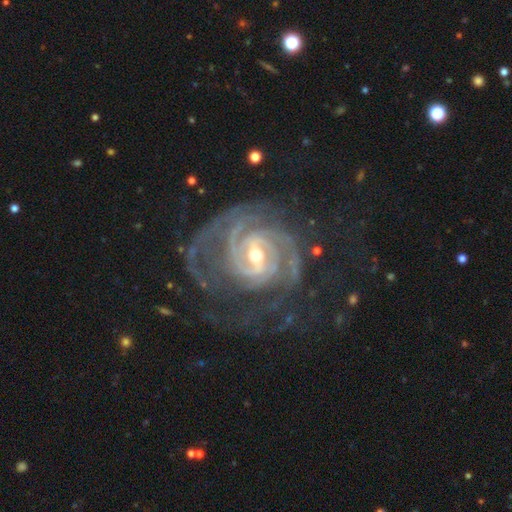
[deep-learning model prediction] smooth_or_featured: featured or disk (p=0.92) [alt: star or artifact p=0.05]
disk_edge_on: no (p=0.97) [alt: yes p=0.03]
bar: weak (p=0.48) [alt: strong p=0.34]
has_spiral_arms: yes (p=0.98) [alt: no p=0.02]
spiral_winding: tight (p=0.70) [alt: medium p=0.26]
spiral_arm_count: 2 (p=0.37) [alt: 3 p=0.21]
bulge_size: small (p=0.49) [alt: moderate p=0.47]
merging: none (p=0.62) [alt: major disturbance p=0.18]